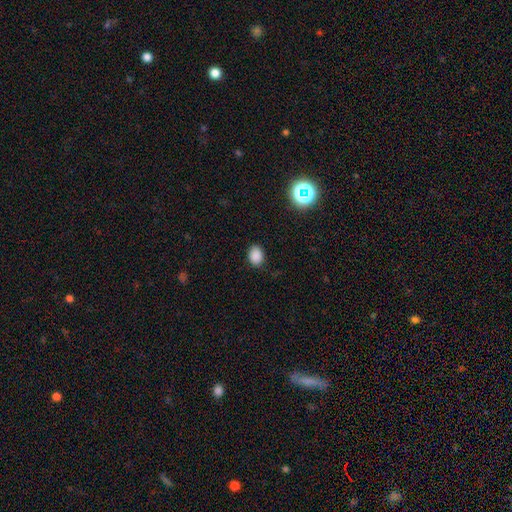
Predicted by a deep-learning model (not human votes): Smooth or featured: smooth — 84% (star or artifact — 12%)
How rounded: in between — 66% (round — 33%)
Merging: none — 85% (minor disturbance — 12%)